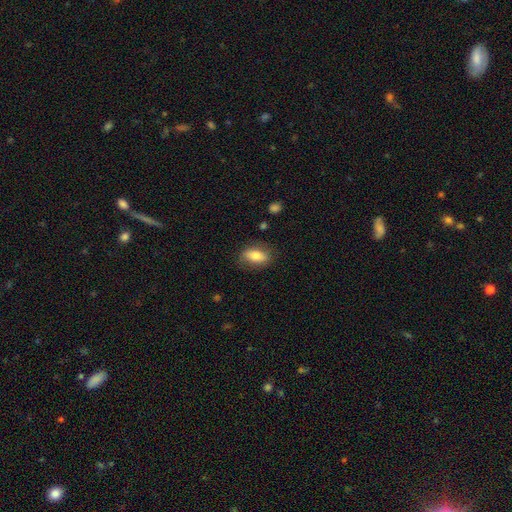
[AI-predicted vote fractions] A smooth galaxy with no disk features (75%) that is in between round and cigar-shaped (84%).

Vote fractions:
- Smooth or featured? smooth: 75% / featured or disk: 18% / star or artifact: 7%
- How rounded? in between: 84% / cigar-shaped: 9% / round: 7%
- Merging? none: 79% / minor disturbance: 15% / major disturbance: 4% / merger: 1%